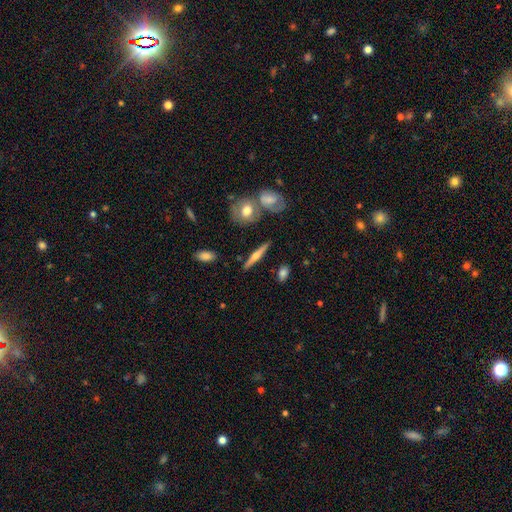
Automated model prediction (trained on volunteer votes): featured or disk 62%, smooth 31%, star or artifact 7%. Down the decision tree: edge-on disk — yes (95%); edge-on bulge — rounded (90%); merging — none (85%).